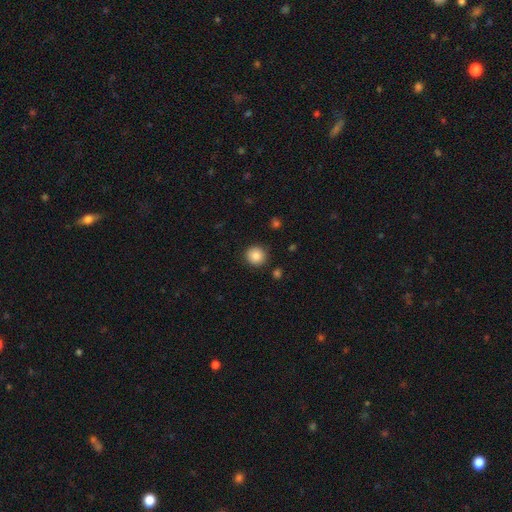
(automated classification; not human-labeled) A smooth galaxy with no disk features (87%) that is round (93%). Merging: none (90%).